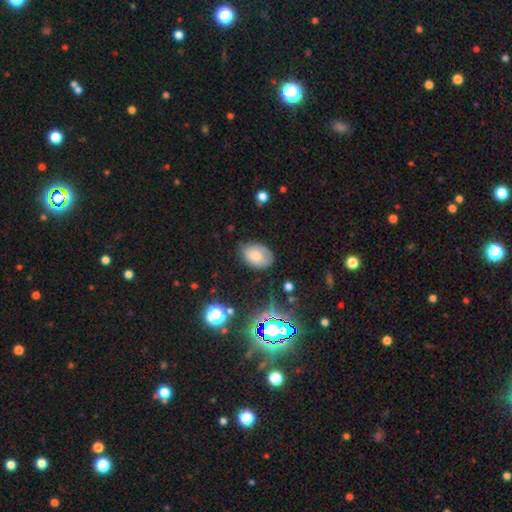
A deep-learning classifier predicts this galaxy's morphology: Smooth or featured: smooth — 55% (featured or disk — 24%)
How rounded: in between — 84% (round — 15%)
Merging: none — 69% (minor disturbance — 23%)